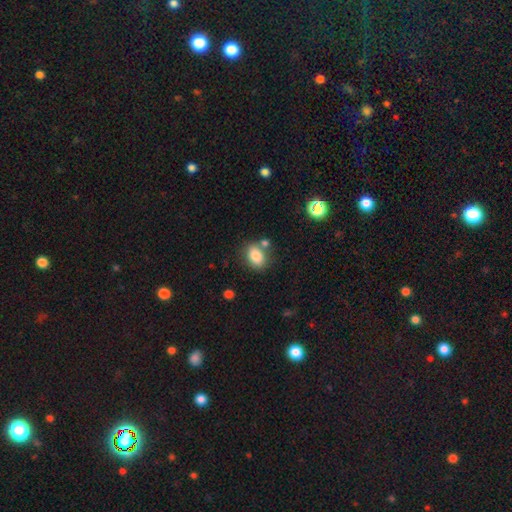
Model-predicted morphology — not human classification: Smooth or featured? smooth (82%)
How rounded? in between (75%)
Merging? none (68%)